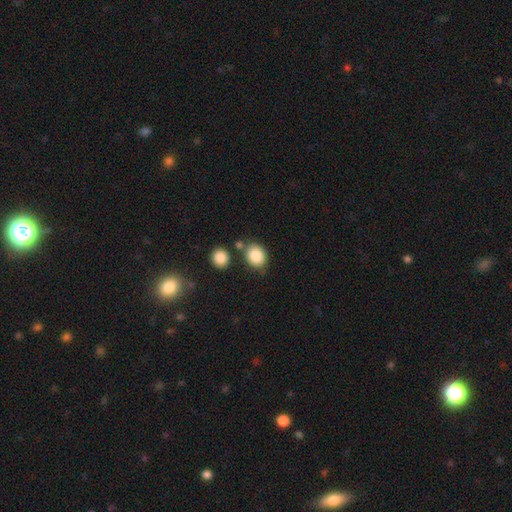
Smooth or featured: smooth — 92% (featured or disk — 8%)
How rounded: in between — 53% (round — 47%)
Merging: none — 77% (minor disturbance — 10%)